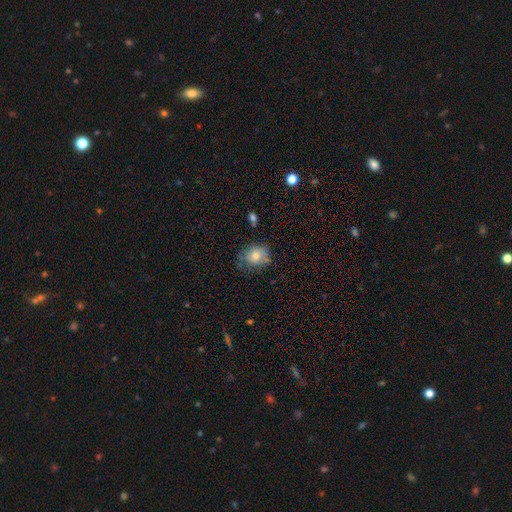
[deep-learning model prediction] Morphology: type=smooth (72%); roundness=round (62%); merging=none (56%).